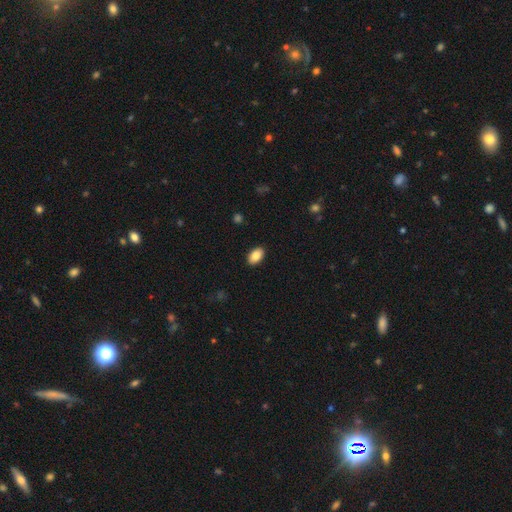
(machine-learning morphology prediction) This is clearly a smooth galaxy (87%). How rounded: clearly in between (92%). Merging: clearly none (90%).